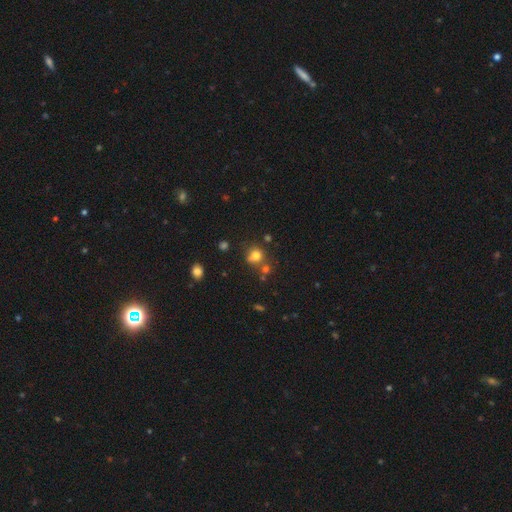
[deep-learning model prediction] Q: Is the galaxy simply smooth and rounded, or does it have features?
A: smooth — 75%.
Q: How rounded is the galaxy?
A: round — 76%.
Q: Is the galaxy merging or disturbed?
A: none — 58%.